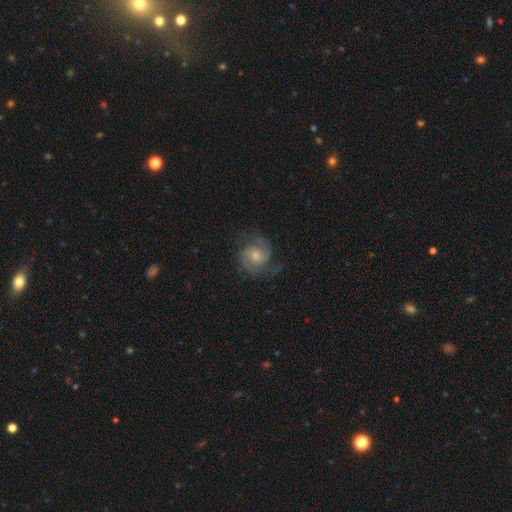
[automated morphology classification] featured or disk 75%, smooth 18%, star or artifact 7%. Down the decision tree: edge-on disk — no (98%); bar — no (71%); spiral arms — yes (94%); spiral arm count — 2 (75%); spiral winding — medium (47%); bulge size — small (47%); merging — none (66%).